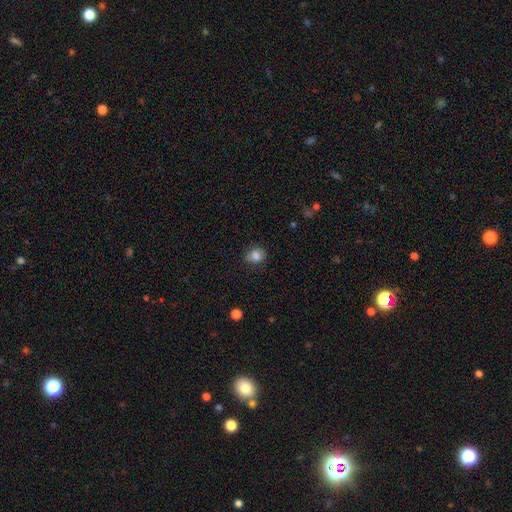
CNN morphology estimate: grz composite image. It shows a smooth galaxy with no disk features (80%) that is round (61%). Merging: none (70%).